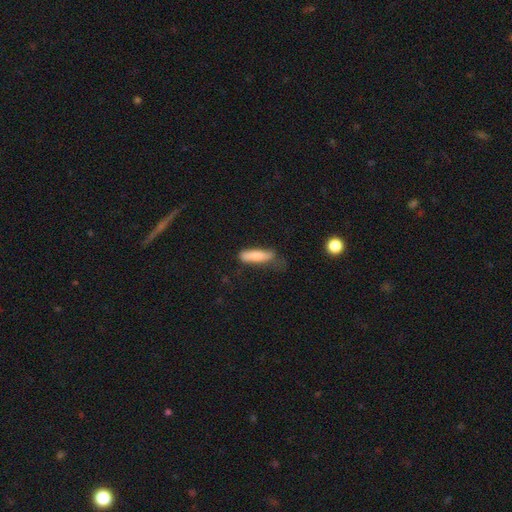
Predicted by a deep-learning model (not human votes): smooth-or-featured: smooth: 82% | featured or disk: 12% | star or artifact: 6%
  how-rounded: cigar-shaped: 64% | in between: 34% | round: 2%
  merging: none: 51% | minor disturbance: 34% | major disturbance: 12% | merger: 3%